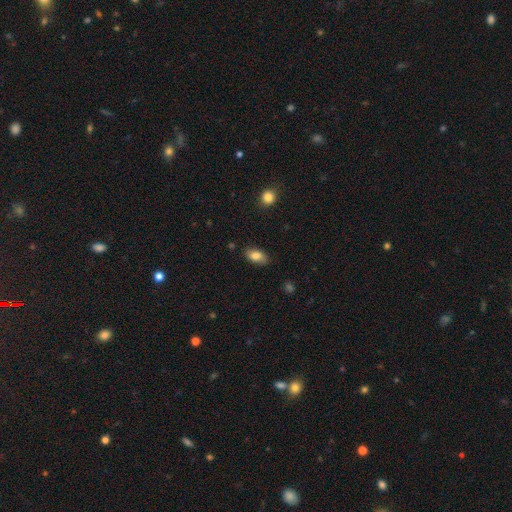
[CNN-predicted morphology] Smooth or featured? smooth (82%)
How rounded? in between (92%)
Merging? none (82%)